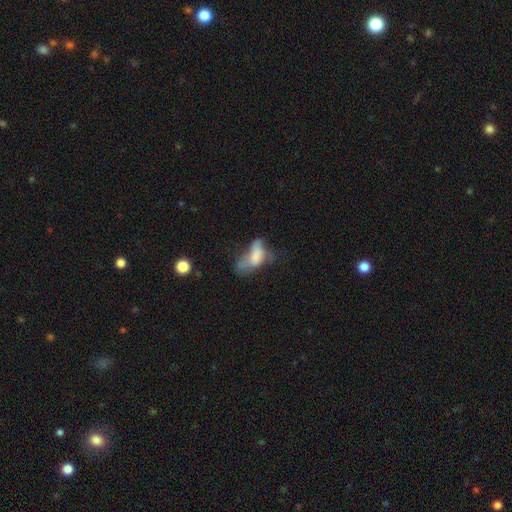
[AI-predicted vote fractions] Smooth or featured? Predicted: smooth (p=0.58). How rounded? Predicted: in between (p=0.85). Merging? Predicted: major disturbance (p=0.46).